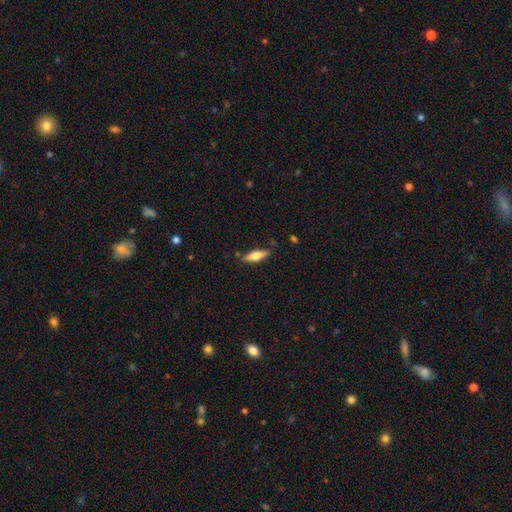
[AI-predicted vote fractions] Smooth or featured? Predicted: smooth (p=0.48). Merging? Predicted: none (p=0.82).